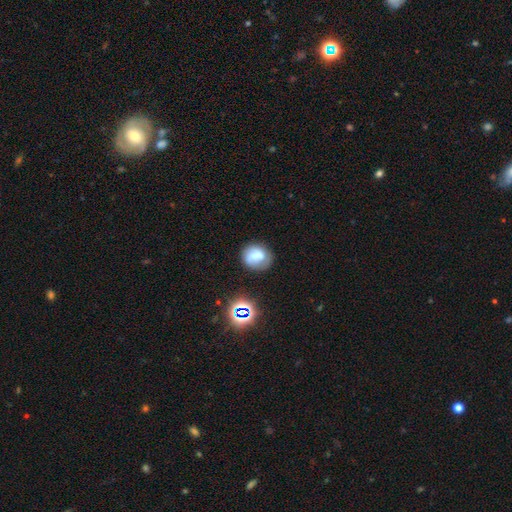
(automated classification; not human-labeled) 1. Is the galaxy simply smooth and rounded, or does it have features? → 61% smooth, 25% featured or disk, 13% star or artifact.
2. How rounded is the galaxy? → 63% round, 35% in between, 1% cigar-shaped.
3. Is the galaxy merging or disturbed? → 67% none, 21% minor disturbance, 8% major disturbance, 4% merger.